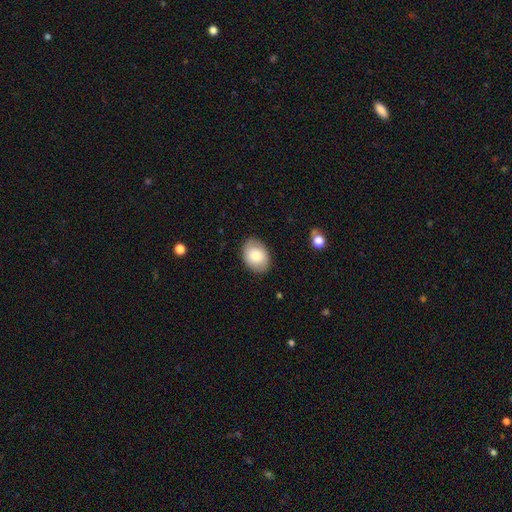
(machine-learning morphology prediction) Smooth or featured?
  - smooth: 81% *
  - featured or disk: 13%
  - star or artifact: 7%
How rounded?
  - in between: 75% *
  - round: 24%
  - cigar-shaped: 1%
Merging?
  - none: 85% *
  - minor disturbance: 11%
  - major disturbance: 3%
  - merger: 1%